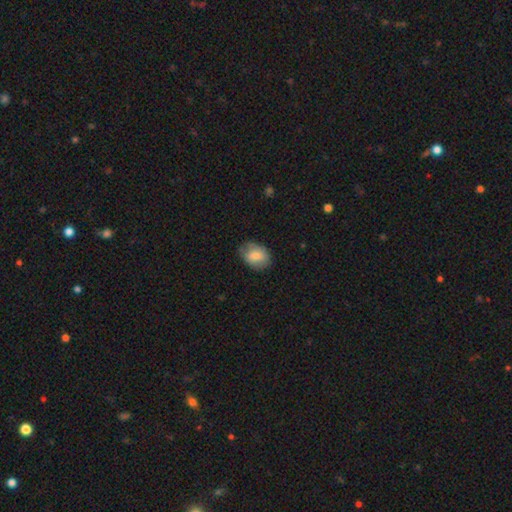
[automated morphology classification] This is likely a smooth galaxy (78%). How rounded: likely in between (65%). Merging: likely none (69%).